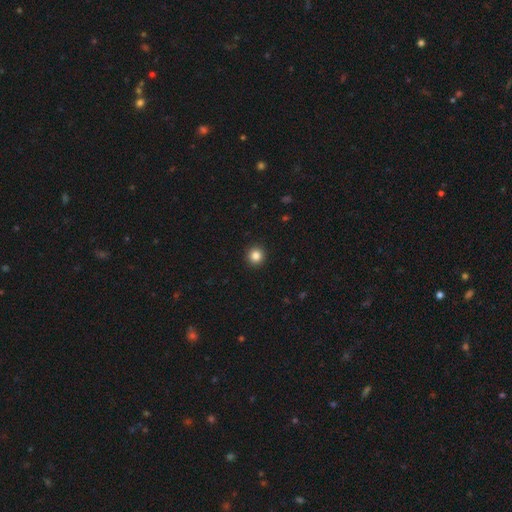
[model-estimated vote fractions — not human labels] Smooth or featured: smooth — 85% (star or artifact — 11%)
How rounded: round — 95% (in between — 5%)
Merging: none — 93% (minor disturbance — 4%)